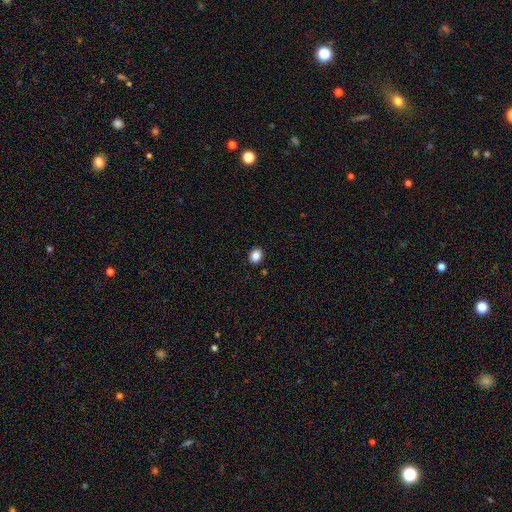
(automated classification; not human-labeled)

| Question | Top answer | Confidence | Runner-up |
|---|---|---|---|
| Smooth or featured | smooth | 86% | star or artifact (10%) |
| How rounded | round | 50% | in between (49%) |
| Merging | none | 90% | minor disturbance (7%) |